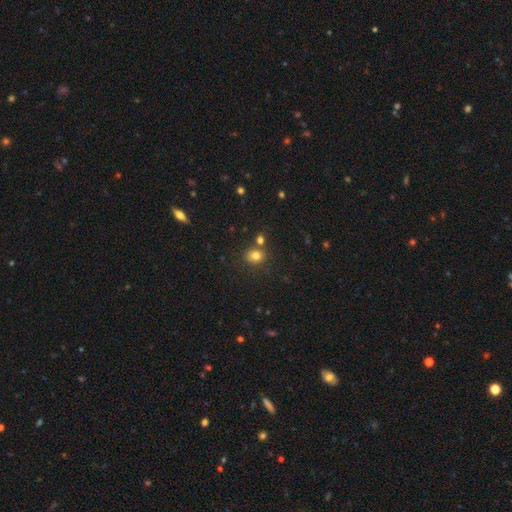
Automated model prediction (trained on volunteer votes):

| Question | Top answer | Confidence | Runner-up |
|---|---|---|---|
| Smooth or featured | smooth | 78% | star or artifact (14%) |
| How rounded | round | 70% | in between (29%) |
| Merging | none | 69% | merger (15%) |